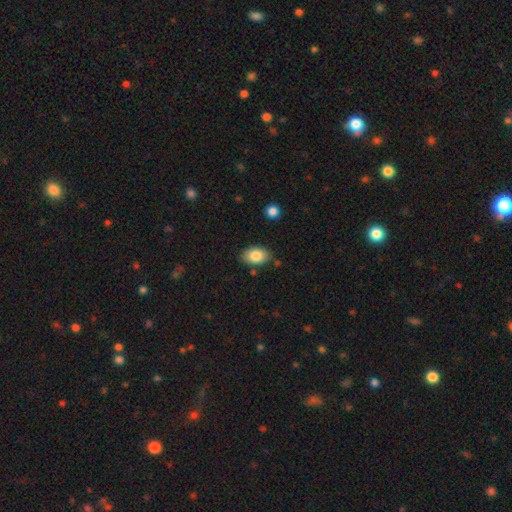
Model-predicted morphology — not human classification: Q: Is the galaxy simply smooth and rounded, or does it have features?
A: smooth — 84%.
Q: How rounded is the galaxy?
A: in between — 88%.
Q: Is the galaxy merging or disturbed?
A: none — 80%.